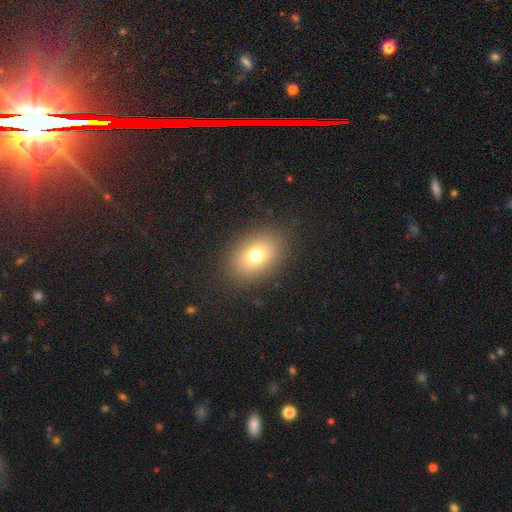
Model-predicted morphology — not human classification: smooth_or_featured: smooth (p=0.75) [alt: featured or disk p=0.13]
how_rounded: in between (p=0.78) [alt: round p=0.21]
merging: none (p=0.87) [alt: minor disturbance p=0.09]